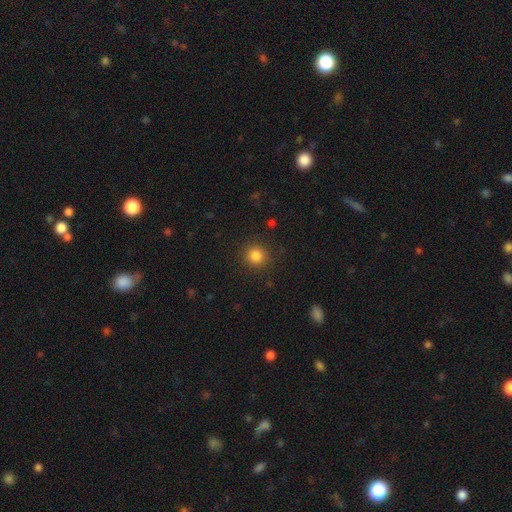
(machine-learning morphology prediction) Smooth or featured? smooth (84%)
How rounded? round (90%)
Merging? none (89%)